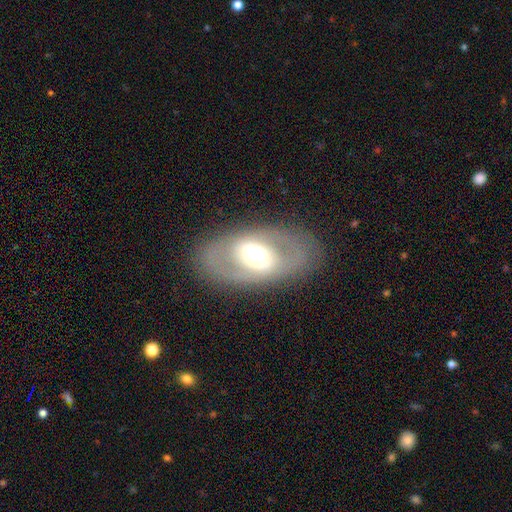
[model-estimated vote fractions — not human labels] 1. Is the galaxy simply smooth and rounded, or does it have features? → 59% featured or disk, 33% smooth, 8% star or artifact.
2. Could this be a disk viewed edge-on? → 89% no, 11% yes.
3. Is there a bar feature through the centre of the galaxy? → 42% no, 31% weak, 27% strong.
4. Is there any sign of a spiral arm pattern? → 73% no, 27% yes.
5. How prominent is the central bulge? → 50% moderate, 33% large, 8% small, 8% dominant, 1% none.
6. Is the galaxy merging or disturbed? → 80% none, 11% minor disturbance, 8% major disturbance, 1% merger.